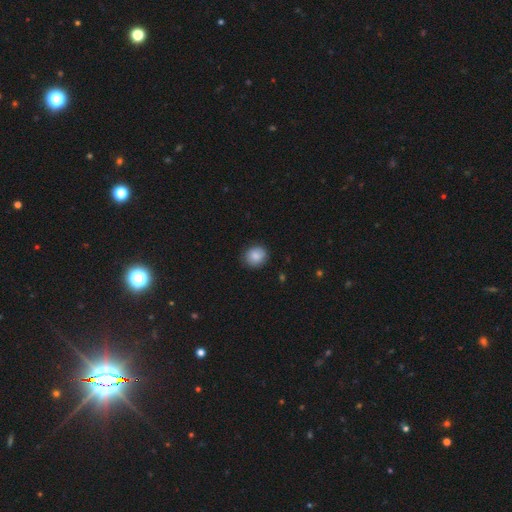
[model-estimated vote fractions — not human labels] Q: Smooth or featured?
A: smooth (87%); runner-up: star or artifact (8%)
Q: How rounded?
A: round (76%); runner-up: in between (23%)
Q: Merging?
A: none (85%); runner-up: minor disturbance (11%)